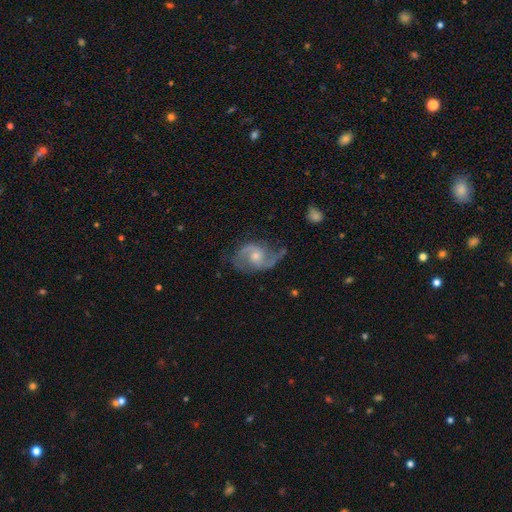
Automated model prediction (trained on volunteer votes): A featured or disk galaxy (87%) with no bar (58%), 2 (89%) medium (51%) spiral arms (96%) and a moderate central bulge (52%). Merging: none (62%).